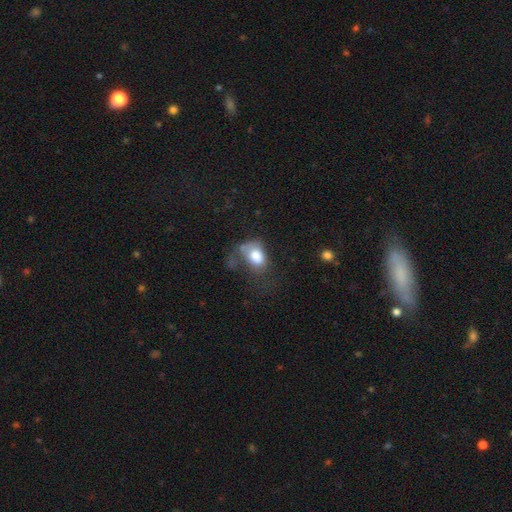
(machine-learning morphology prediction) Q: Smooth or featured?
A: smooth (73%); runner-up: featured or disk (18%)
Q: How rounded?
A: in between (74%); runner-up: round (25%)
Q: Merging?
A: major disturbance (47%); runner-up: minor disturbance (23%)